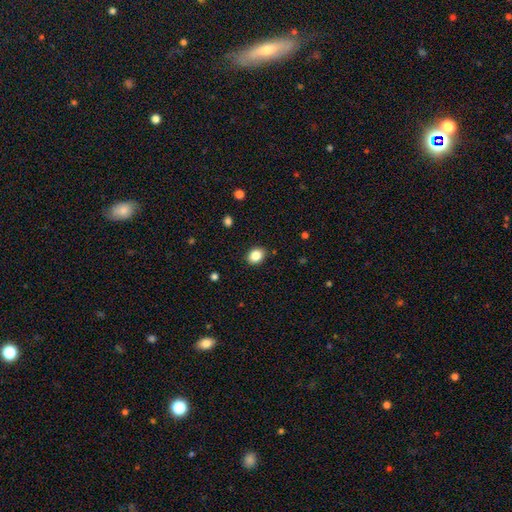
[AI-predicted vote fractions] Morphology: type=smooth (86%); roundness=in between (54%); merging=none (89%).